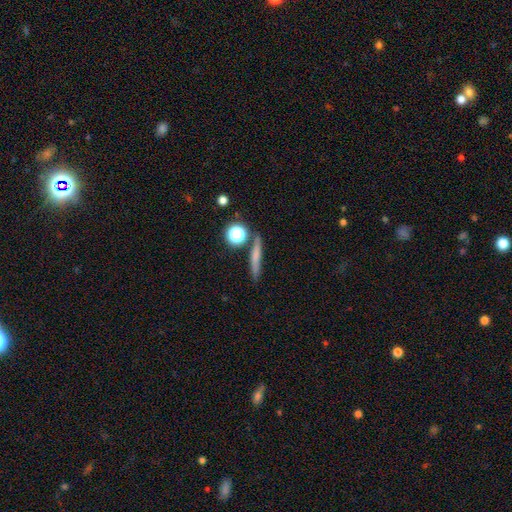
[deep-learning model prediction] Smooth or featured: smooth — 65% (featured or disk — 23%)
How rounded: cigar-shaped — 77% (round — 13%)
Merging: none — 78% (minor disturbance — 11%)